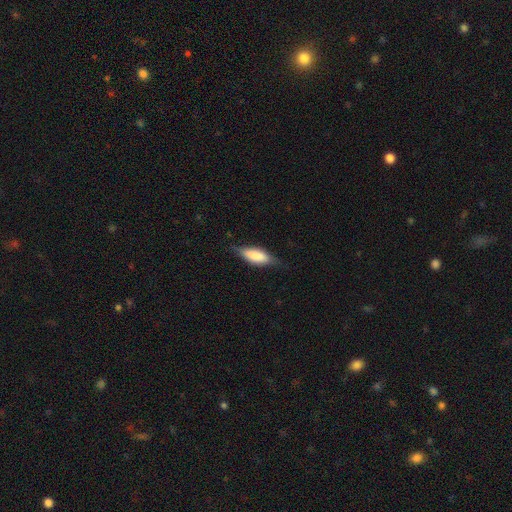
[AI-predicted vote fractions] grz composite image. It shows a smooth galaxy with no disk features (69%) that is in between round and cigar-shaped (68%). Merging: none (72%).